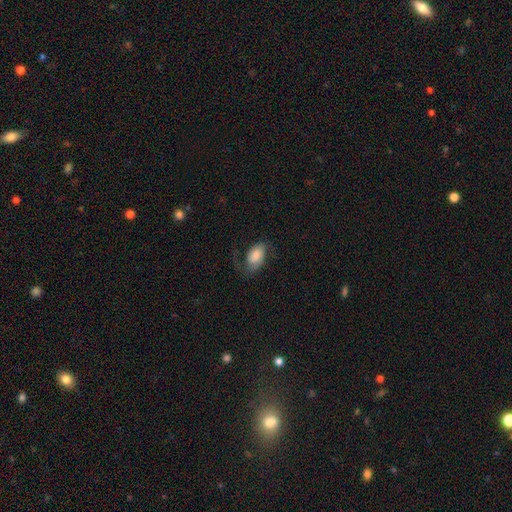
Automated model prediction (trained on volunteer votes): Smooth or featured? Predicted: smooth (p=0.57). How rounded? Predicted: in between (p=0.91). Merging? Predicted: none (p=0.46).